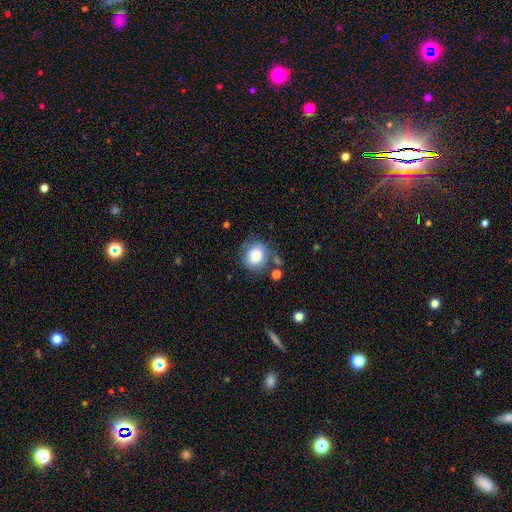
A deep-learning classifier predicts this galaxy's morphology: A smooth galaxy with no disk features (83%) that is round (73%).

Vote fractions:
- Smooth or featured? smooth: 83% / star or artifact: 8% / featured or disk: 8%
- How rounded? round: 73% / in between: 26% / cigar-shaped: 1%
- Merging? none: 66% / minor disturbance: 19% / merger: 7% / major disturbance: 7%